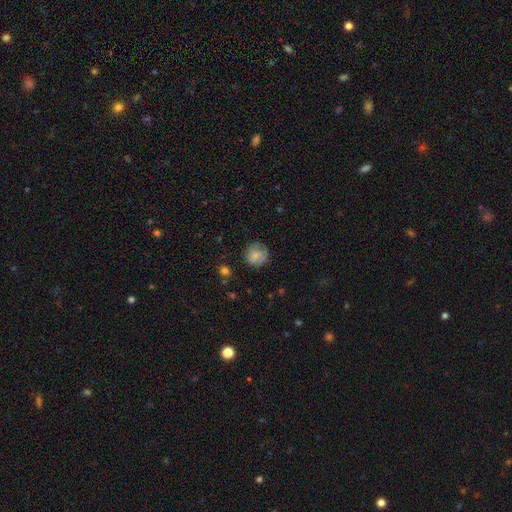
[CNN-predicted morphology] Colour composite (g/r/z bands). It shows a smooth galaxy with no disk features (74%) that is round (88%). Merging: none (73%).